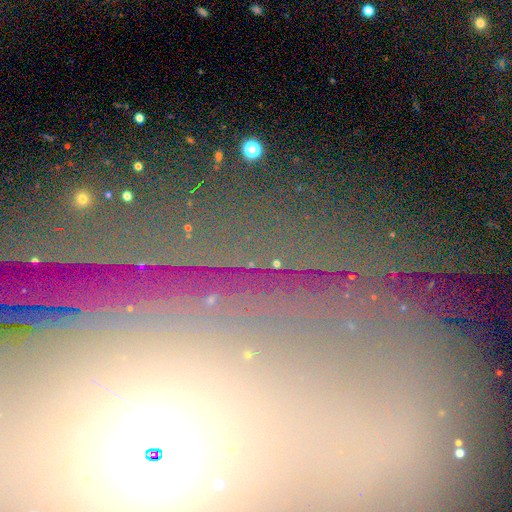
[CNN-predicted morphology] The model was most divided on "smooth or featured": star or artifact: 51%, featured or disk: 33%, smooth: 15%.